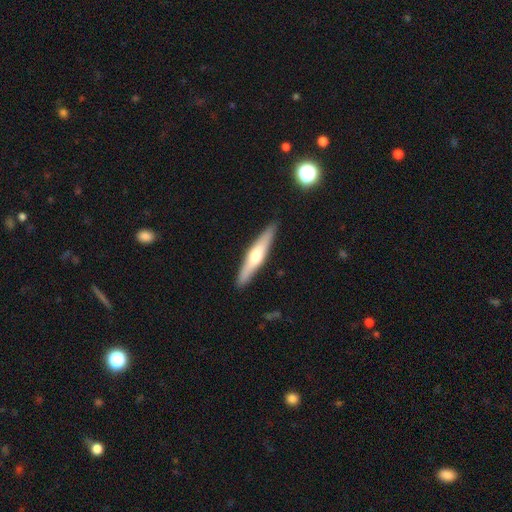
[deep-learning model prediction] Smooth or featured?
  - featured or disk: 53% *
  - smooth: 42%
  - star or artifact: 5%
Edge-on disk?
  - yes: 93% *
  - no: 7%
Merging?
  - none: 90% *
  - minor disturbance: 8%
  - major disturbance: 2%
  - merger: 1%